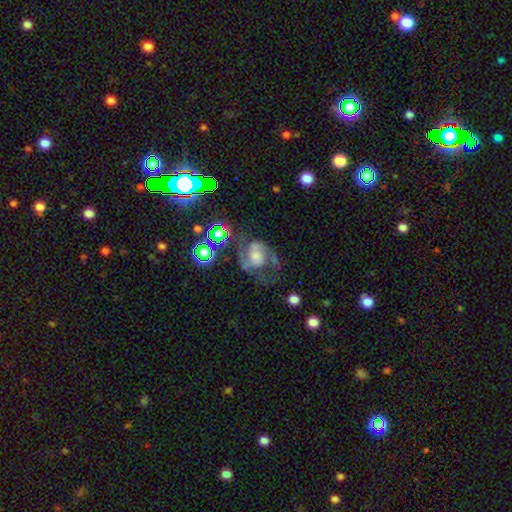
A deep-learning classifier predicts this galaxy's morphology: smooth-or-featured: featured or disk: 67% | smooth: 22% | star or artifact: 11%
  disk-edge-on: no: 97% | yes: 3%
    bar: no: 63% | weak: 27% | strong: 10%
    has-spiral-arms: yes: 81% | no: 19%
      spiral-winding: medium: 50% | loose: 27% | tight: 22%
      spiral-arm-count: 2: 74% | can't tell: 12% | 1: 7% | 3: 4% | 4: 2% | more than 4: 2%
    bulge-size: small: 29% (tied) | moderate: 29% (tied) | large: 21% | none: 16% | dominant: 5%
  merging: none: 42% | major disturbance: 31% | minor disturbance: 21% | merger: 5%